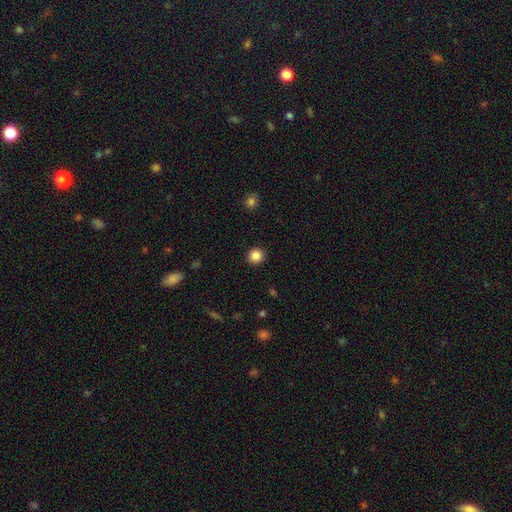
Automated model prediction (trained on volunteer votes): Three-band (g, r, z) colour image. It shows a smooth galaxy with no disk features (85%) that is round (93%). Merging: none (93%).